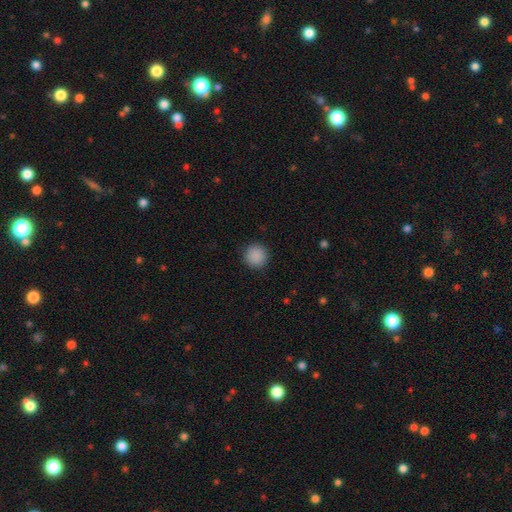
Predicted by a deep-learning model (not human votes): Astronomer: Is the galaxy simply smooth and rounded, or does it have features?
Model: smooth — 89%.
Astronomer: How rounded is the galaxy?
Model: round — 95%.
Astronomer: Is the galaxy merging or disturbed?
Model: none — 92%.